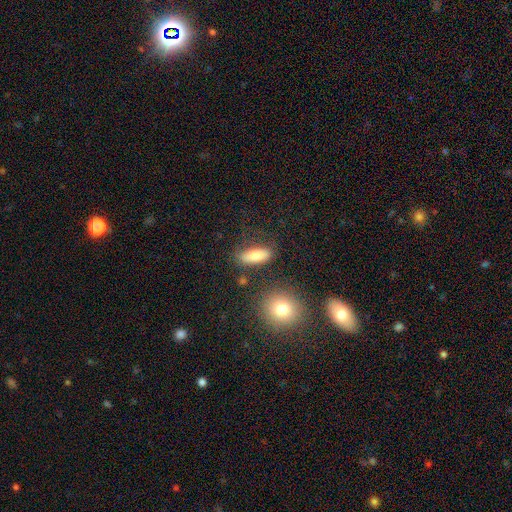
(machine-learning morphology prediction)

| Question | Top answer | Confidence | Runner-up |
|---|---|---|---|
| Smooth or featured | smooth | 79% | featured or disk (12%) |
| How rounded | in between | 70% | cigar-shaped (25%) |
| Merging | none | 73% | minor disturbance (15%) |